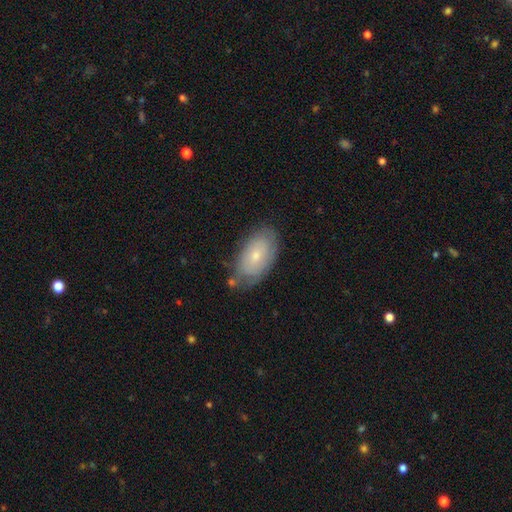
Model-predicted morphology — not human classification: Smooth or featured? smooth (57%)
How rounded? in between (93%)
Merging? none (67%)